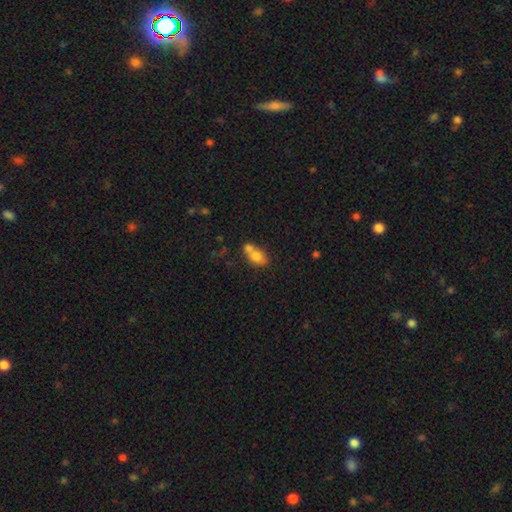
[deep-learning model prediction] smooth 74%, featured or disk 16%, star or artifact 10%. Down the decision tree: how rounded — in between (70%); merging — merger (54%).